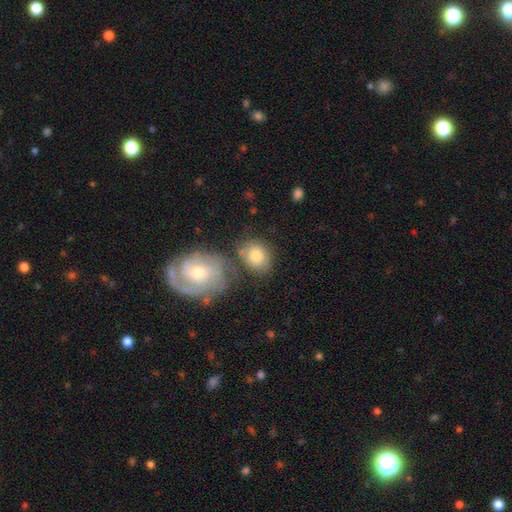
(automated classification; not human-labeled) Smooth or featured? smooth (71%)
How rounded? round (52%)
Merging? none (57%)